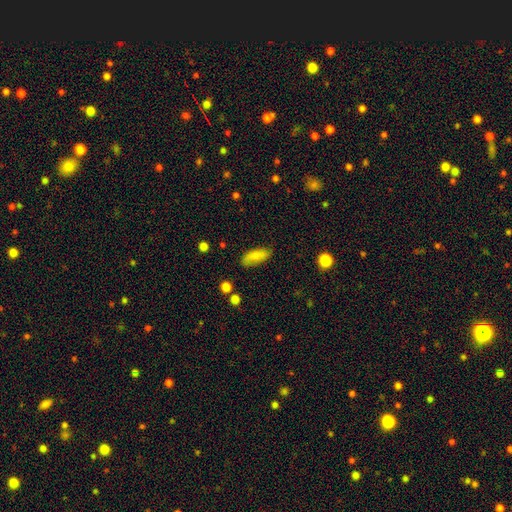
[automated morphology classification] type=smooth (82%); roundness=in between (77%); merging=none (76%).